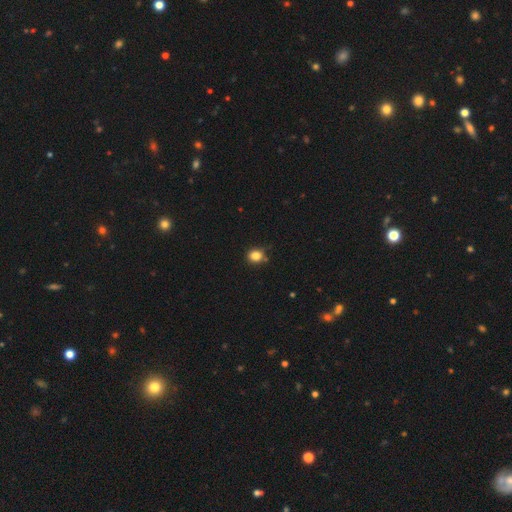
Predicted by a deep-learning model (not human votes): The model was most divided on "how rounded": round: 72%, in between: 27%, cigar-shaped: 1%. More confident: smooth or featured — smooth (84%); merging — none (78%).